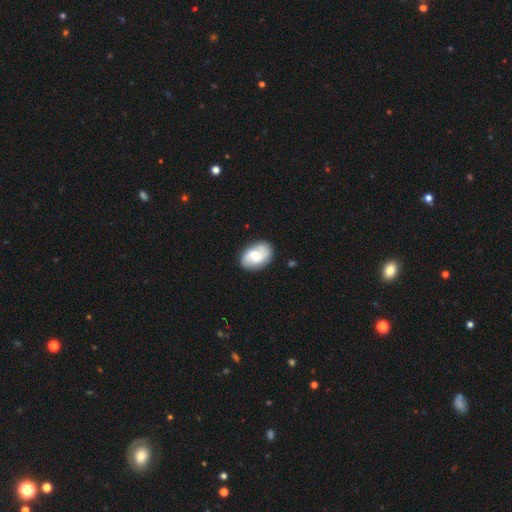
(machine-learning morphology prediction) Overall: featured or disk (62%; smooth 32%). Edge-on disk: no (97%). Bar: no (48%; weak 43%). Spiral arms: yes (90%). Spiral arm count: 2 (56%; 3 18%). Spiral winding: loose (44%; medium 37%). Bulge size: moderate (54%; small 25%). Merging: none (78%).